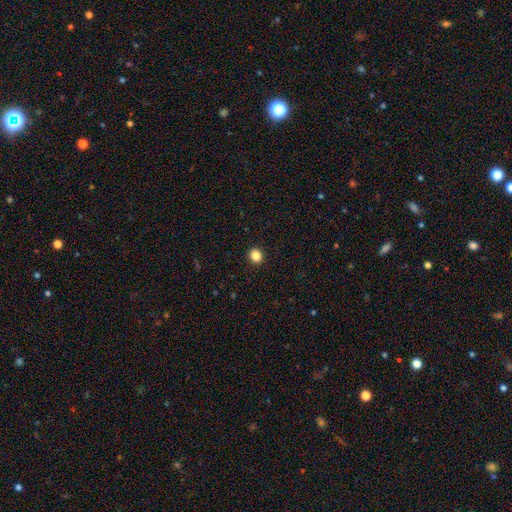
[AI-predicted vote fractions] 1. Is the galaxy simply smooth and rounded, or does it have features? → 86% smooth, 11% star or artifact, 4% featured or disk.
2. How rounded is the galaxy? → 78% round, 21% in between, 1% cigar-shaped.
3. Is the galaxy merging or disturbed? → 93% none, 5% minor disturbance, 2% major disturbance, 1% merger.